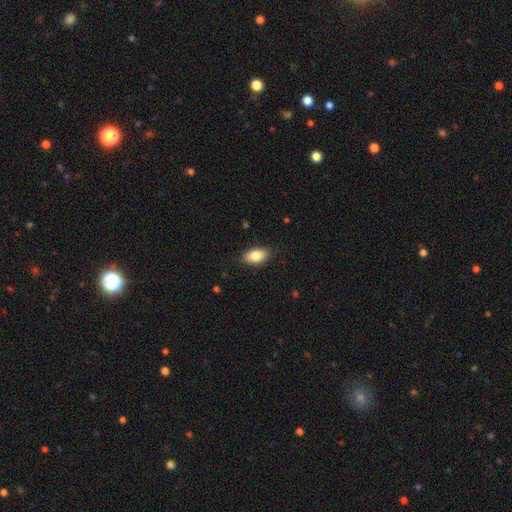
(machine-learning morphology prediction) type=smooth (83%); roundness=in between (91%); merging=none (87%).